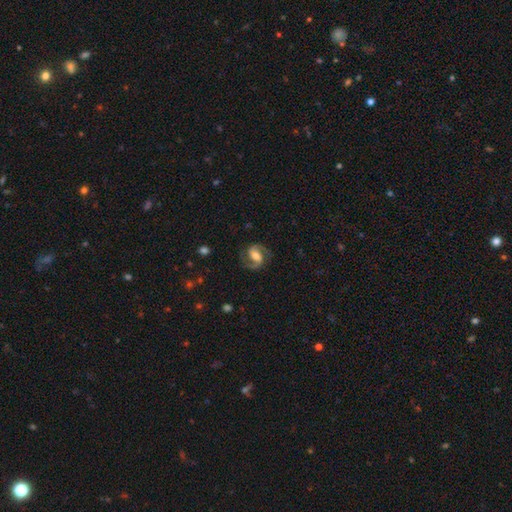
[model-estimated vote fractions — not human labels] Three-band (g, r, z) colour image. It shows a featured or disk galaxy (87%) with a weak bar (43%), 2 (93%) medium (59%) spiral arms (97%) and a moderate central bulge (61%). Merging: none (81%).